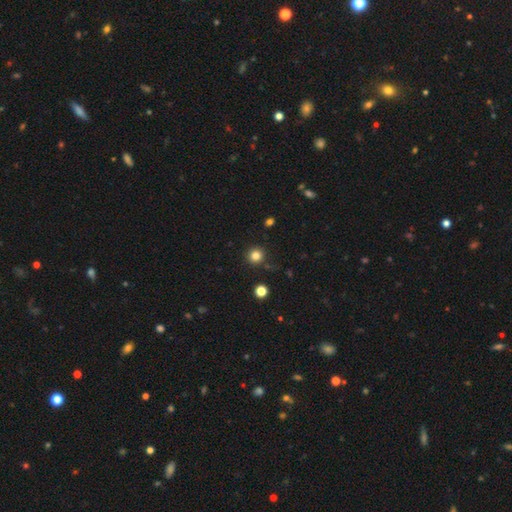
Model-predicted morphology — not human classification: A smooth galaxy with no disk features (82%) that is round (94%).

Vote fractions:
- Smooth or featured? smooth: 82% / star or artifact: 13% / featured or disk: 5%
- How rounded? round: 94% / in between: 5% / cigar-shaped: 1%
- Merging? none: 88% / minor disturbance: 7% / merger: 3% / major disturbance: 2%